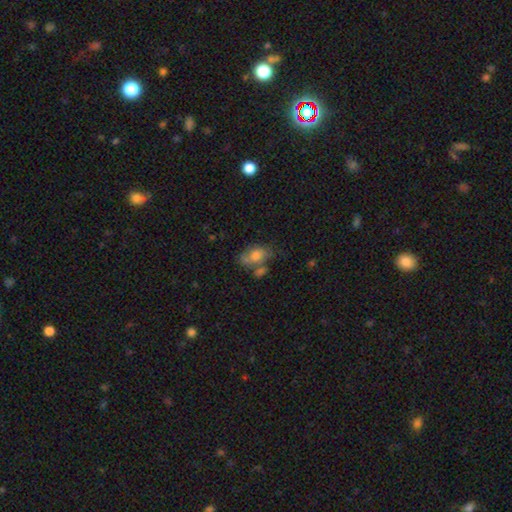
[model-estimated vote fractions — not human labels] The model was most divided on "merging": none: 37%, merger: 27%, minor disturbance: 22%, major disturbance: 14%. More confident: how rounded — in between (79%); smooth or featured — smooth (62%).